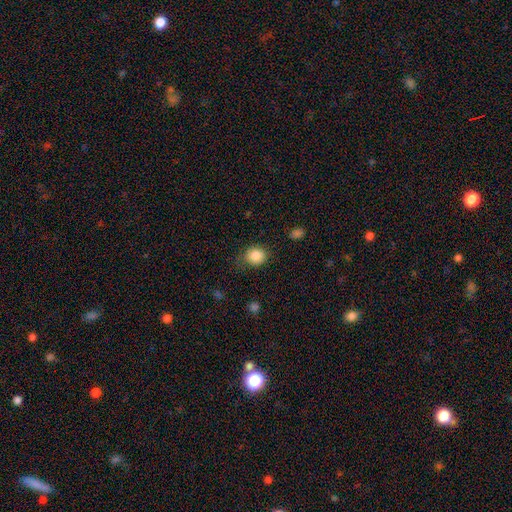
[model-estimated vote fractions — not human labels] A smooth galaxy with no disk features (85%) that is round (72%). Merging: none (72%).